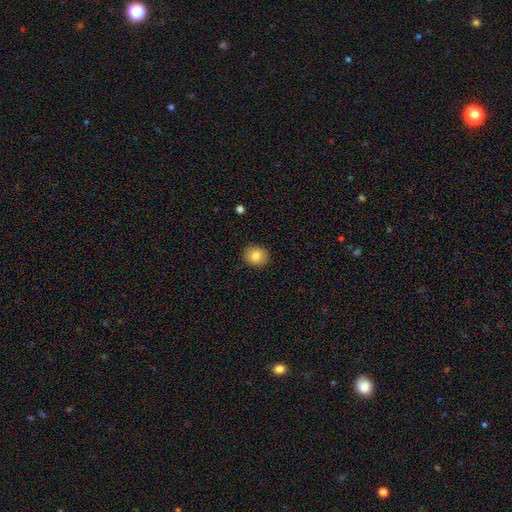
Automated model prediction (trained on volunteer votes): Smooth or featured? Predicted: smooth (p=0.82). How rounded? Predicted: round (p=0.76). Merging? Predicted: none (p=0.88).